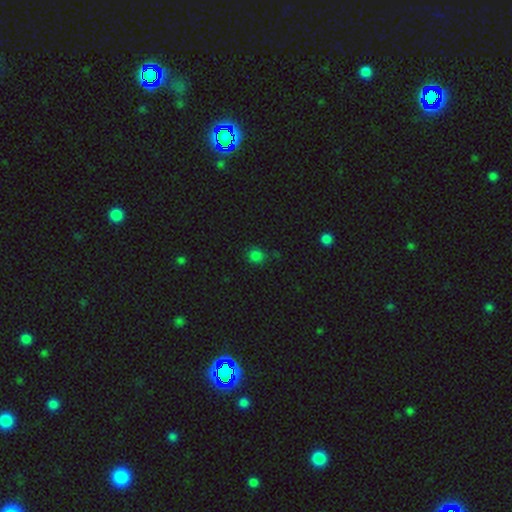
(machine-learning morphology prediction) Smooth or featured?
  - smooth: 79% *
  - star or artifact: 17%
  - featured or disk: 3%
How rounded?
  - round: 86% *
  - in between: 13%
  - cigar-shaped: 1%
Merging?
  - none: 83% *
  - minor disturbance: 12%
  - major disturbance: 3%
  - merger: 3%